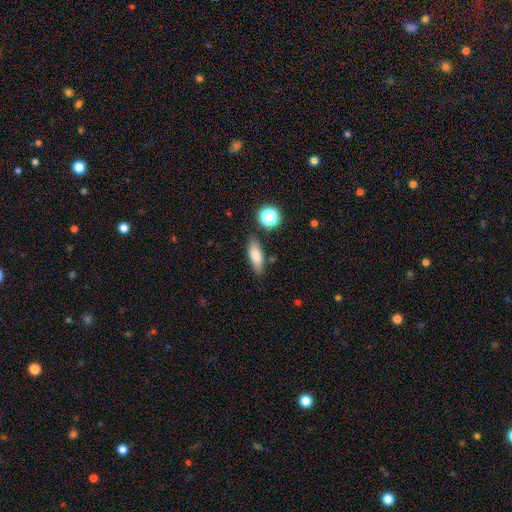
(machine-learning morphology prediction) The model was most divided on "how rounded": in between: 63%, cigar-shaped: 32%, round: 5%. More confident: merging — none (80%); smooth or featured — smooth (79%).